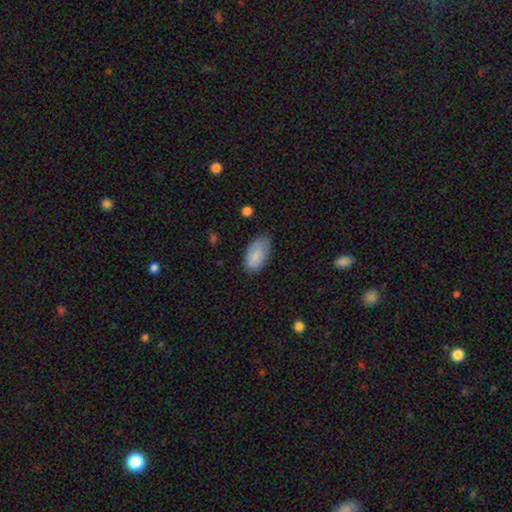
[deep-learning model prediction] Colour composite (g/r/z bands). It shows a smooth galaxy with no disk features (86%) that is in between round and cigar-shaped (94%). Merging: none (64%).